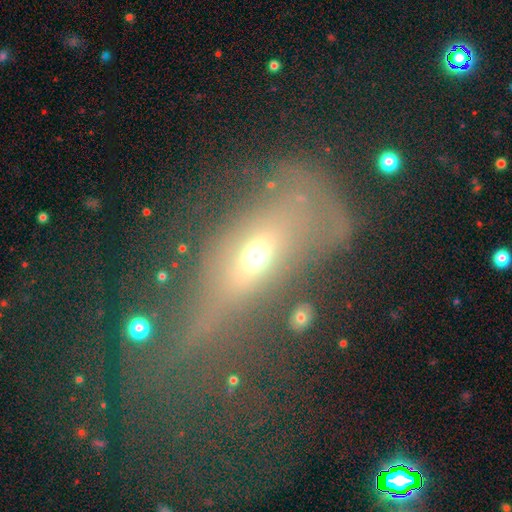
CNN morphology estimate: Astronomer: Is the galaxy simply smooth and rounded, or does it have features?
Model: smooth — 45% (runner-up: featured or disk, 38%).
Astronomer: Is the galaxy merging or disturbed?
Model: none — 45% (runner-up: major disturbance, 25%).